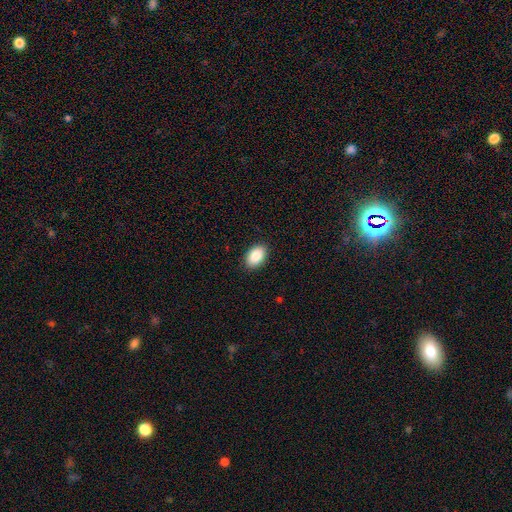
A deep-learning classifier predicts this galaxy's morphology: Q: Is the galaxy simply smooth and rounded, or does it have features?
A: smooth — 87%.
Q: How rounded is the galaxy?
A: in between — 90%.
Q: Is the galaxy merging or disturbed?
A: none — 89%.